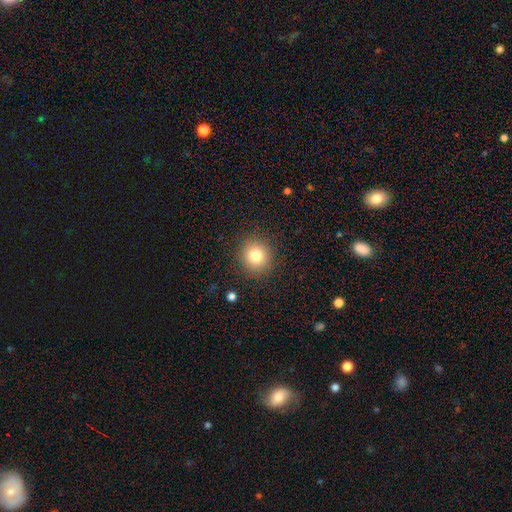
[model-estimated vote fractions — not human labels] Smooth or featured?
  - smooth: 79% *
  - star or artifact: 12%
  - featured or disk: 9%
How rounded?
  - round: 92% *
  - in between: 7%
  - cigar-shaped: 1%
Merging?
  - none: 89% *
  - minor disturbance: 7%
  - major disturbance: 3%
  - merger: 1%